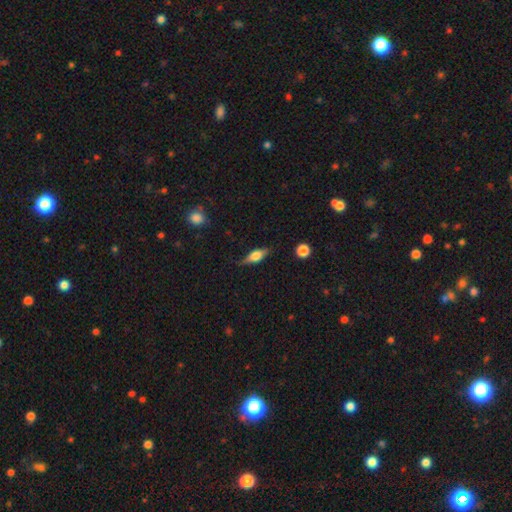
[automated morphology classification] Smooth or featured?
  - featured or disk: 48% *
  - smooth: 44%
  - star or artifact: 8%
Merging?
  - none: 77% *
  - minor disturbance: 17%
  - major disturbance: 4%
  - merger: 2%